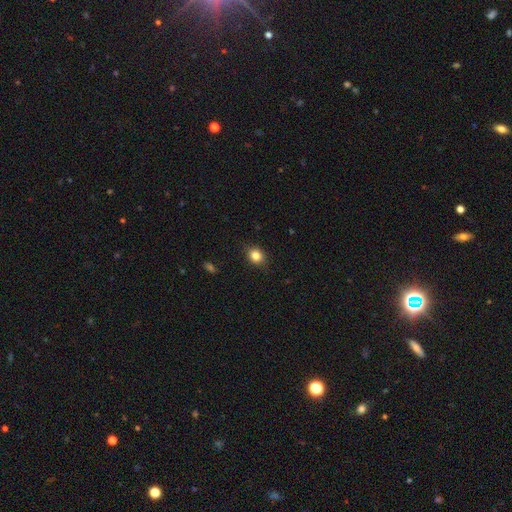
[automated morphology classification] A smooth galaxy with no disk features (83%) that is round (59%).

Vote fractions:
- Smooth or featured? smooth: 83% / star or artifact: 11% / featured or disk: 6%
- How rounded? round: 59% / in between: 40% / cigar-shaped: 1%
- Merging? none: 85% / minor disturbance: 12% / major disturbance: 2% / merger: 1%